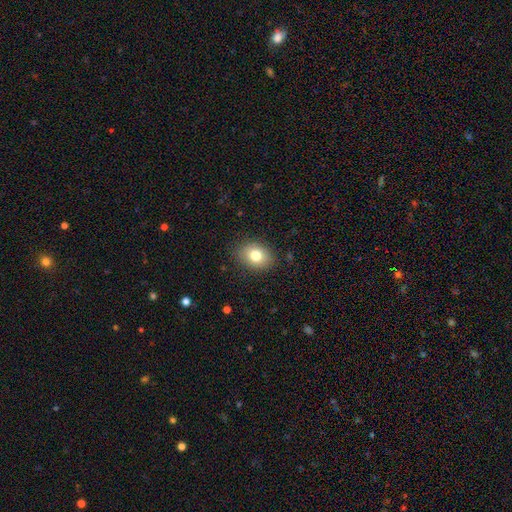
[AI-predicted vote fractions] Overall: smooth (79%). How rounded: in between (61%; round 38%). Merging: none (86%).